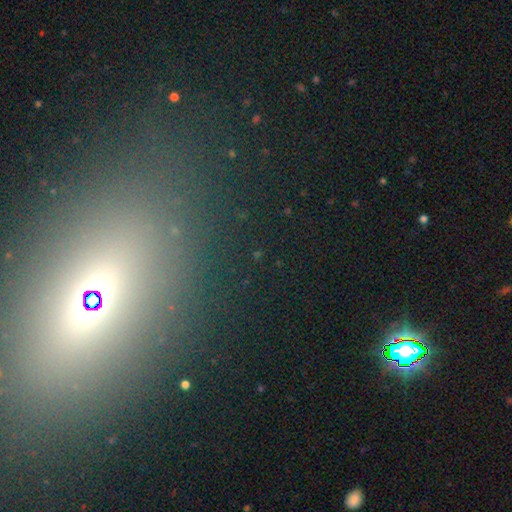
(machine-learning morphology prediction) This is possibly a star or artifact rather than a galaxy (58%).